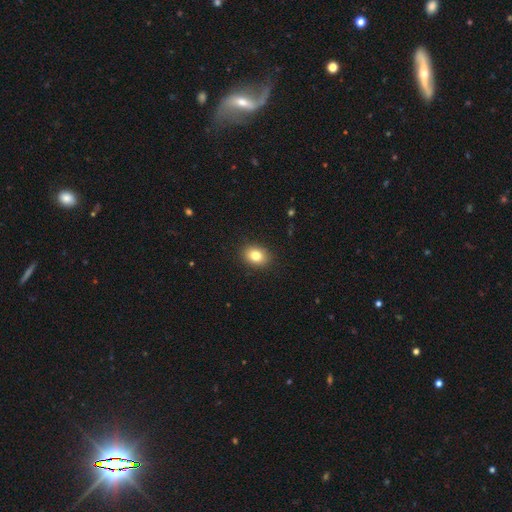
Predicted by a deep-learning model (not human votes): This appears to be a smooth galaxy with no disk features (82%) that is in between round and cigar-shaped (62%). Merging: none (89%).